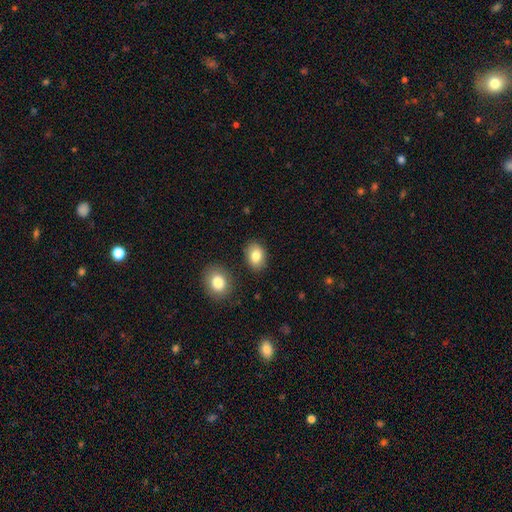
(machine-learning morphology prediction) This is clearly a smooth galaxy (82%). How rounded: likely in between (72%). Merging: clearly none (84%).